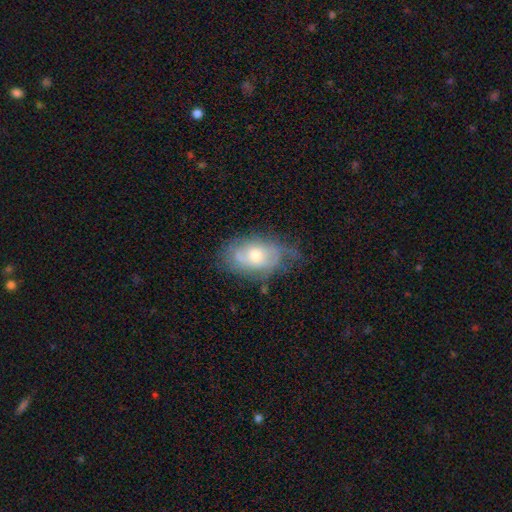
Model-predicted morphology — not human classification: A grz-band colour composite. It shows a featured or disk galaxy (55%) with no bar (74%), spiral arms (69%) and a moderate central bulge (67%). Merging: none (53%).